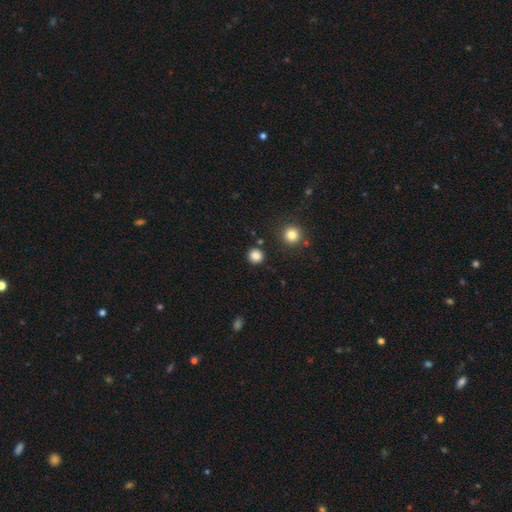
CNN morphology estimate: Smooth or featured?
  - smooth: 84% *
  - star or artifact: 12%
  - featured or disk: 4%
How rounded?
  - round: 93% *
  - in between: 6%
  - cigar-shaped: 1%
Merging?
  - none: 90% *
  - minor disturbance: 6%
  - merger: 2%
  - major disturbance: 2%